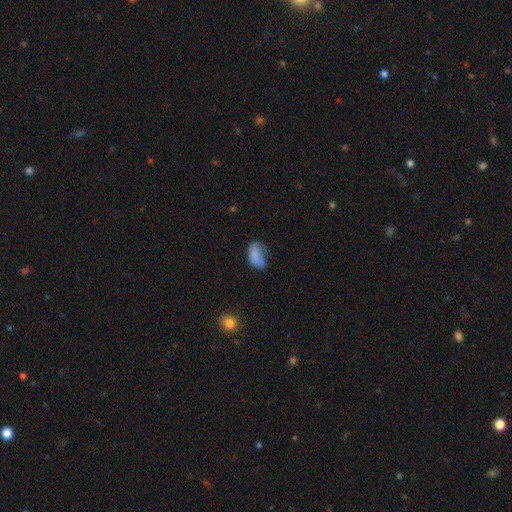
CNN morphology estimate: smooth 80%, featured or disk 11%, star or artifact 9%. Down the decision tree: how rounded — in between (90%); merging — none (45%).